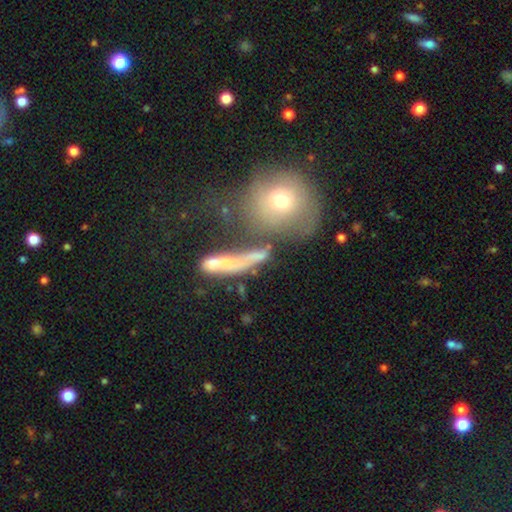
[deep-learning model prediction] smooth 49%, featured or disk 35%, star or artifact 16%. Down the decision tree: merging — none (34%).